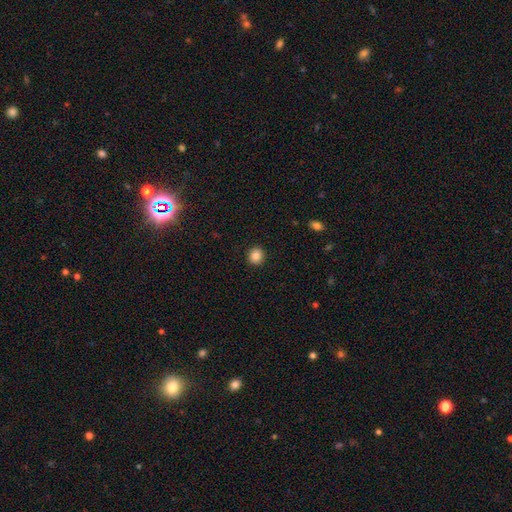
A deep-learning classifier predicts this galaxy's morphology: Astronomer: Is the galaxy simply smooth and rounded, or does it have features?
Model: smooth — 85%.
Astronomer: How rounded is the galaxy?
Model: round — 86%.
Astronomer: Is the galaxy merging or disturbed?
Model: none — 92%.